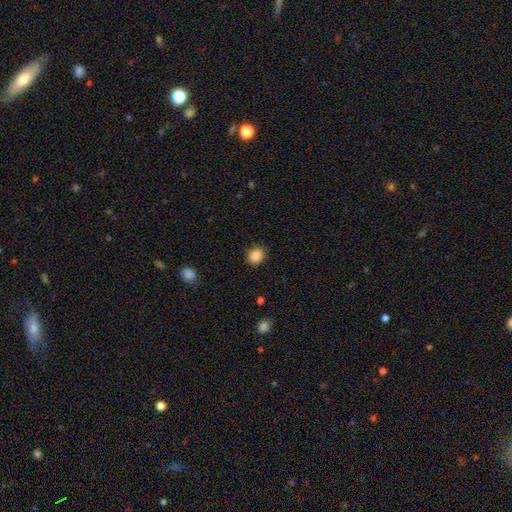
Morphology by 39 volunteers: This is clearly a smooth galaxy (92%). How rounded: likely round (78%). Merging: clearly none (89%).